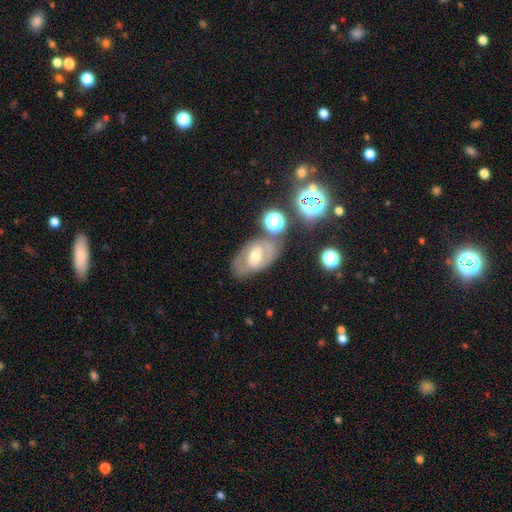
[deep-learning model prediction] A featured or disk galaxy (64%) with no bar (42%), spiral arms (58%) and a moderate central bulge (63%). Merging: none (66%).